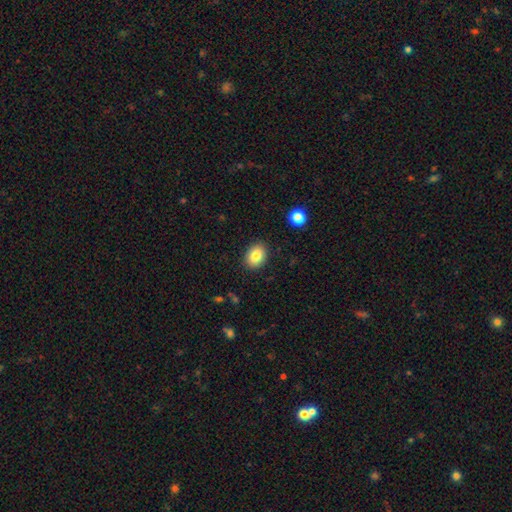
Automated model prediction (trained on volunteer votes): A smooth galaxy with no disk features (83%) that is in between round and cigar-shaped (67%). Merging: none (88%).